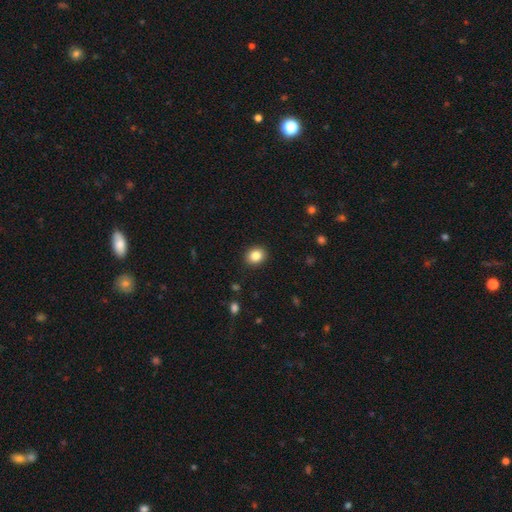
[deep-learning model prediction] Overall: smooth (85%). How rounded: round (58%; in between 41%). Merging: none (90%).